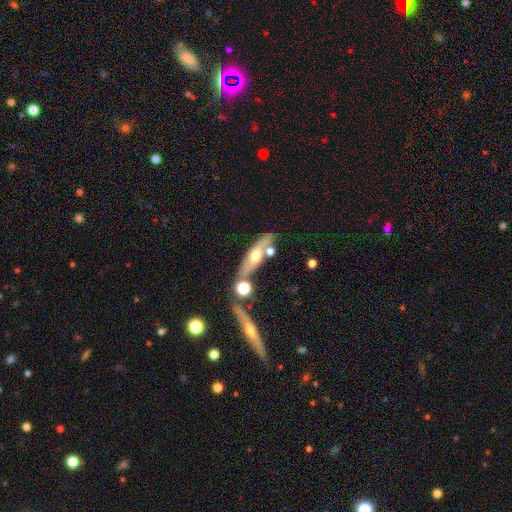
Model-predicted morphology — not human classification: The model was most divided on "smooth or featured": featured or disk: 52%, smooth: 40%, star or artifact: 8%. More confident: merging — none (64%); edge-on disk — yes (61%).